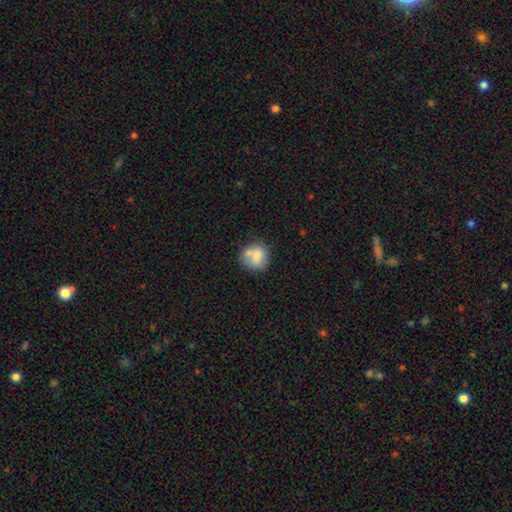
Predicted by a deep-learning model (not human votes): A smooth galaxy with no disk features (69%) that is round (77%).

Vote fractions:
- Smooth or featured? smooth: 69% / featured or disk: 22% / star or artifact: 9%
- How rounded? round: 77% / in between: 22% / cigar-shaped: 1%
- Merging? none: 45% / merger: 27% / minor disturbance: 19% / major disturbance: 8%